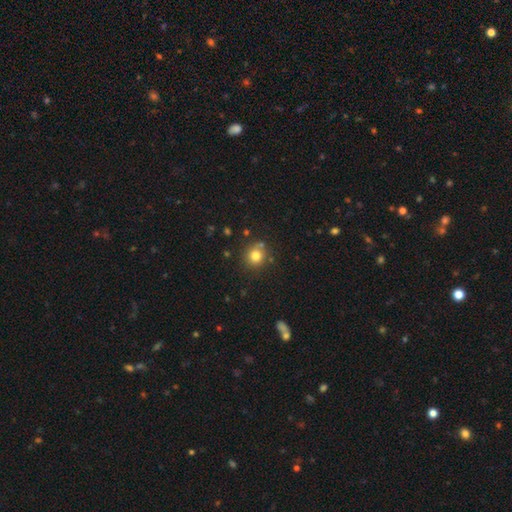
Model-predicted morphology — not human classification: smooth 80%, star or artifact 13%, featured or disk 7%. Down the decision tree: how rounded — round (88%); merging — none (78%).